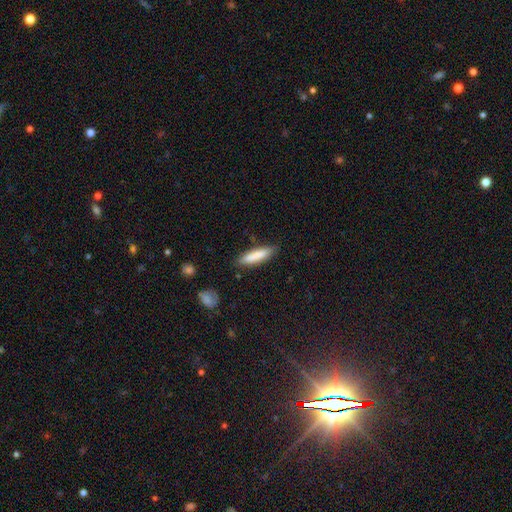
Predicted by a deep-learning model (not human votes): Smooth or featured: smooth — 82% (featured or disk — 12%)
How rounded: cigar-shaped — 80% (in between — 18%)
Merging: none — 84% (minor disturbance — 12%)